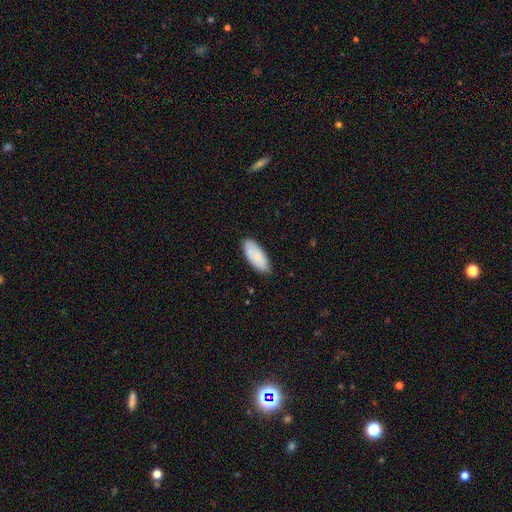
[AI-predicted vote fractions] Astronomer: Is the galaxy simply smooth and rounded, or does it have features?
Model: smooth — 83%.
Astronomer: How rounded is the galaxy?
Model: in between — 83%.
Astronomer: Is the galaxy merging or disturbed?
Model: none — 83%.